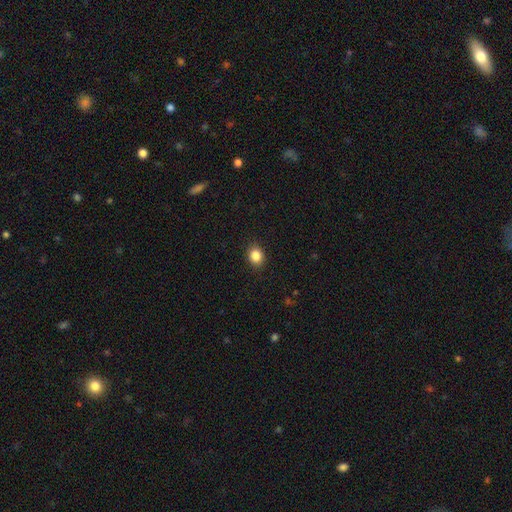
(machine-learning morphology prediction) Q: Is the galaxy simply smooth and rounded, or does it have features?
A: smooth — 86%.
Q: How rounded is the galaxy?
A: round — 61%.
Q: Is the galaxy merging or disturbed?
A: none — 89%.